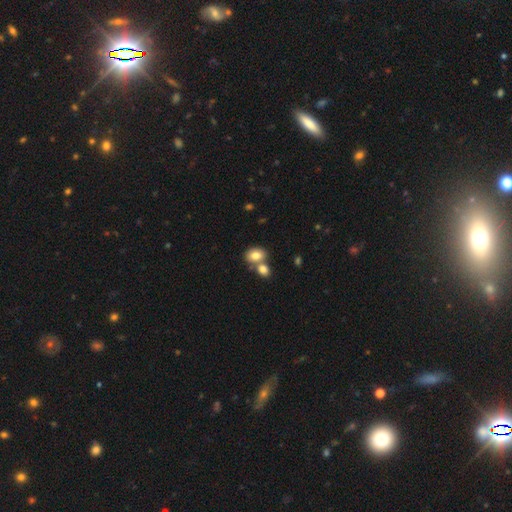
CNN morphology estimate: A smooth galaxy with no disk features (79%) that is in between round and cigar-shaped (71%).

Vote fractions:
- Smooth or featured? smooth: 79% / featured or disk: 12% / star or artifact: 9%
- How rounded? in between: 71% / round: 28% / cigar-shaped: 1%
- Merging? merger: 46% / none: 42% / minor disturbance: 9% / major disturbance: 3%